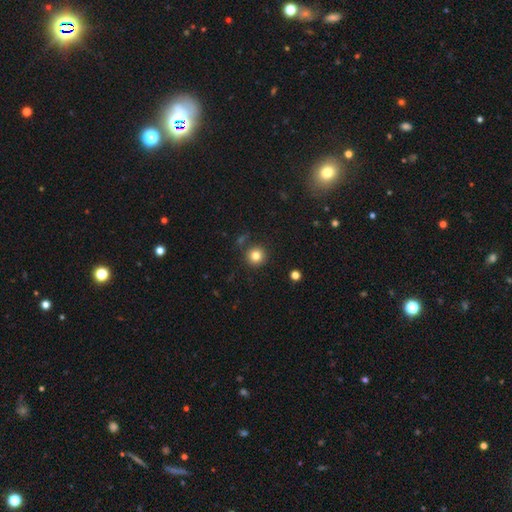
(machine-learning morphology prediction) This is clearly a smooth galaxy (82%). How rounded: clearly round (95%). Merging: clearly none (86%).